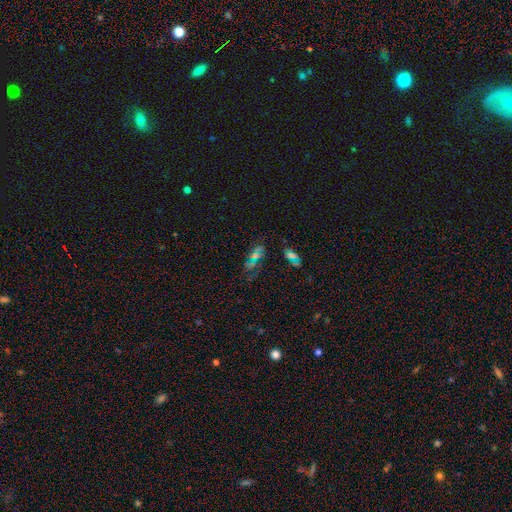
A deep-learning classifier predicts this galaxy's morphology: Overall: star or artifact (44%; smooth 29%).